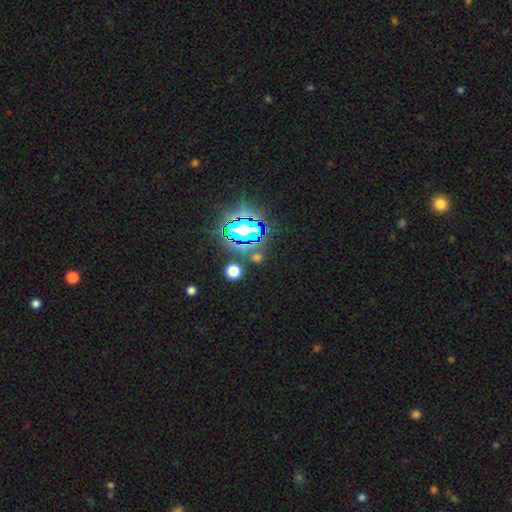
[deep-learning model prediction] Smooth or featured?
  - star or artifact: 69% *
  - smooth: 22%
  - featured or disk: 10%